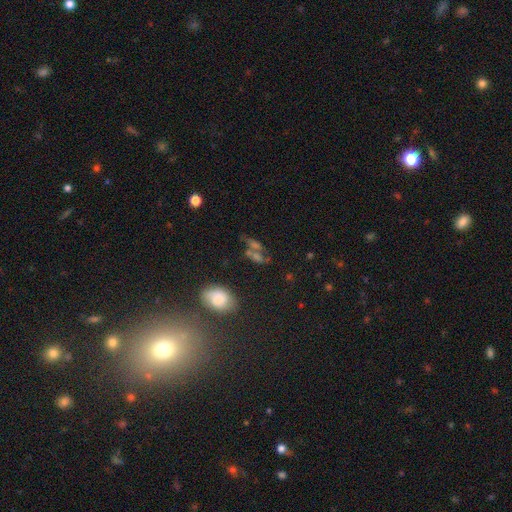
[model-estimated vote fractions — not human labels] Smooth or featured?
  - smooth: 47% *
  - star or artifact: 28%
  - featured or disk: 25%
Merging?
  - none: 45% *
  - merger: 27%
  - minor disturbance: 16%
  - major disturbance: 12%